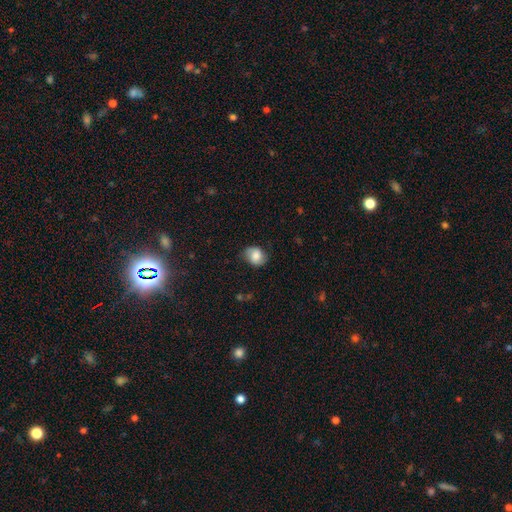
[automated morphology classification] This appears to be a smooth galaxy with no disk features (67%) that is round (57%). Merging: none (73%).